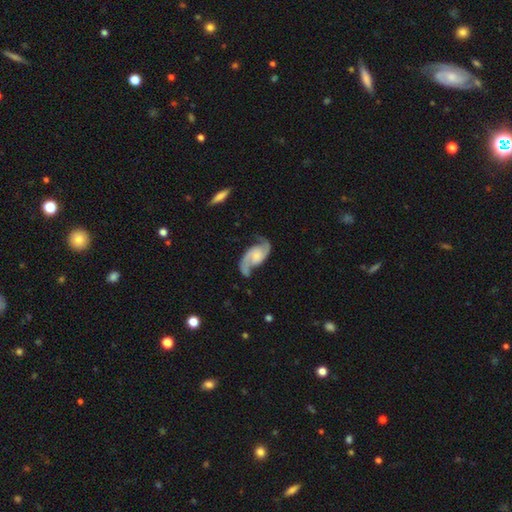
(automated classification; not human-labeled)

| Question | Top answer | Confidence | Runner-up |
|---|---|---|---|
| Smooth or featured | featured or disk | 90% | smooth (6%) |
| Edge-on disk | no | 97% | yes (3%) |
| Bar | no | 58% | weak (32%) |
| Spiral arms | yes | 98% | no (2%) |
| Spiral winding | medium | 45% | loose (41%) |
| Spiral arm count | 2 | 93% | 1 (2%) |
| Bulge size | small | 38% | moderate (32%) |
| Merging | none | 73% | minor disturbance (16%) |